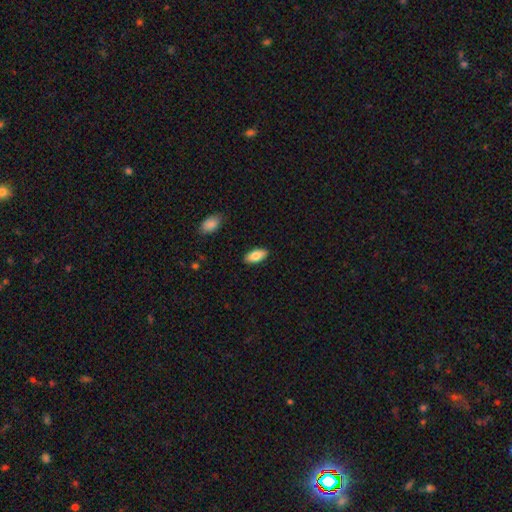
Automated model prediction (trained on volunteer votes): Overall: smooth (82%). How rounded: in between (90%). Merging: none (89%).